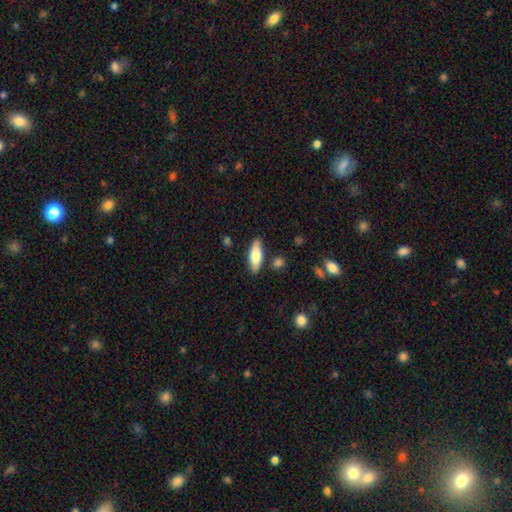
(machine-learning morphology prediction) Smooth or featured?
  - smooth: 72% *
  - featured or disk: 22%
  - star or artifact: 6%
How rounded?
  - in between: 65% *
  - cigar-shaped: 33%
  - round: 2%
Merging?
  - none: 83% *
  - minor disturbance: 11%
  - merger: 3%
  - major disturbance: 2%